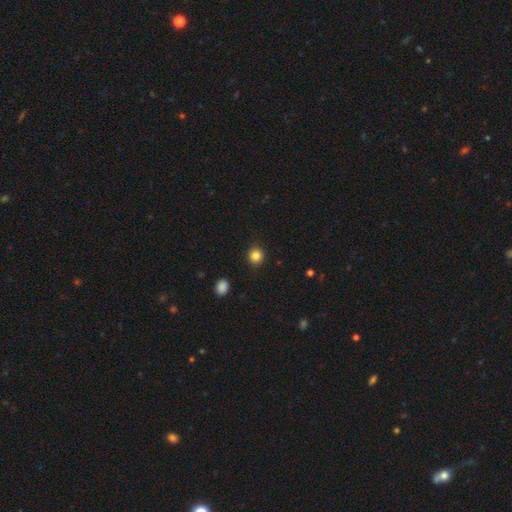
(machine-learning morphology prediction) This appears to be a smooth galaxy with no disk features (84%) that is round (88%). Merging: none (91%).